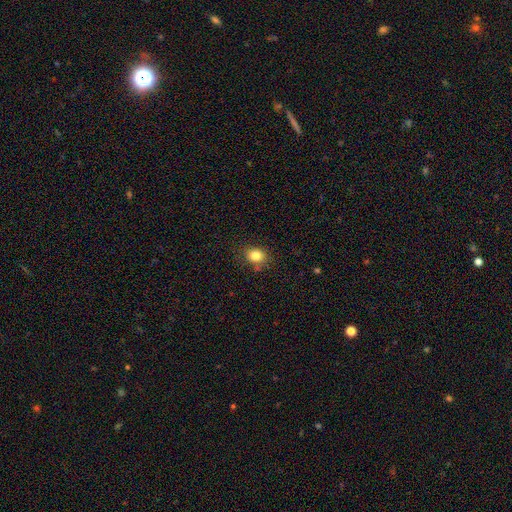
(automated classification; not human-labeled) Morphology: type=smooth (82%); roundness=round (59%); merging=none (78%).